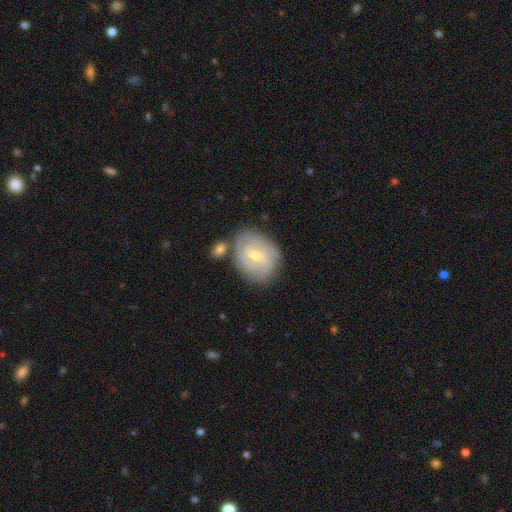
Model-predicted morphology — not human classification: smooth-or-featured: featured or disk: 74% | smooth: 20% | star or artifact: 6%
  disk-edge-on: no: 97% | yes: 3%
    bar: weak: 55% | no: 33% | strong: 12%
    has-spiral-arms: yes: 89% | no: 11%
      spiral-winding: tight: 64% | medium: 28% | loose: 8%
      spiral-arm-count: can't tell: 35% | 2: 28% | 3: 20% | 4: 9% | 1: 4% | more than 4: 4%
    bulge-size: small: 49% | moderate: 48% | large: 1% | none: 1% | dominant: 1%
  merging: none: 70% | minor disturbance: 16% | merger: 9% | major disturbance: 5%